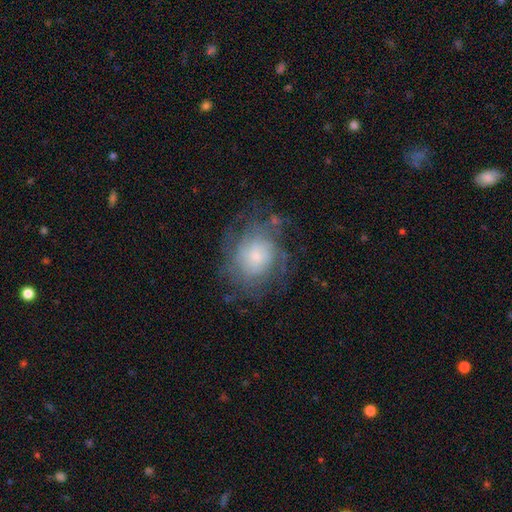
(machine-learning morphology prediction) smooth-or-featured: featured or disk: 61% | smooth: 29% | star or artifact: 11%
  disk-edge-on: no: 97% | yes: 3%
    bar: no: 80% | weak: 18% | strong: 3%
    has-spiral-arms: yes: 78% | no: 22%
    bulge-size: small: 60% | moderate: 26% | large: 8% | none: 4% | dominant: 2%
  merging: none: 65% | minor disturbance: 18% | major disturbance: 14% | merger: 2%